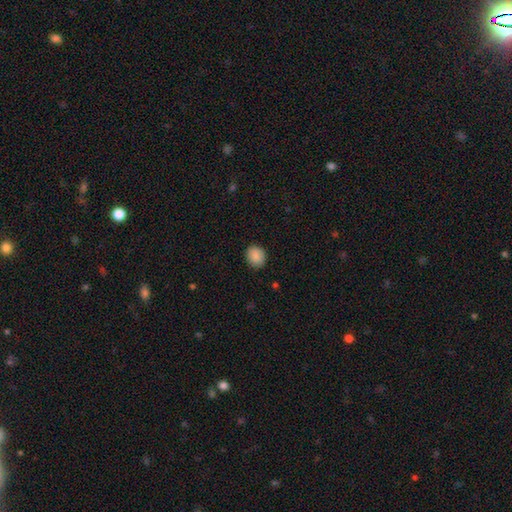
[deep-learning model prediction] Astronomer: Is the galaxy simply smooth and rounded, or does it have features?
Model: smooth — 89%.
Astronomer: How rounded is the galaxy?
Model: round — 68%.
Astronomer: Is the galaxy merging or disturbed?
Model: none — 88%.